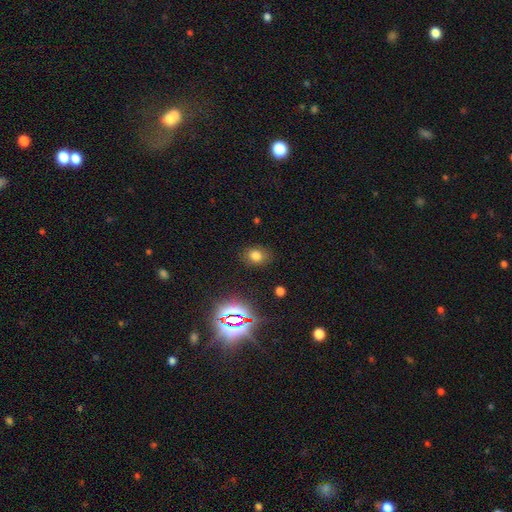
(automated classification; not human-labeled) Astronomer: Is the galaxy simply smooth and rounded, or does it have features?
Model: smooth — 72%.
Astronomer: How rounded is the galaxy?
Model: in between — 59% (runner-up: round, 40%).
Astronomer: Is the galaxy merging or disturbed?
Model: none — 83%.